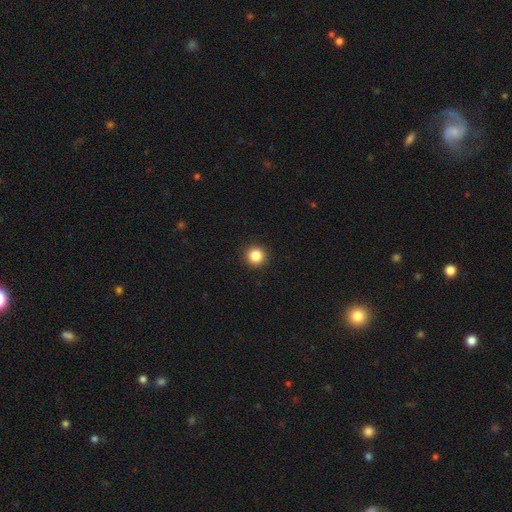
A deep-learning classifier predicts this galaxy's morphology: Smooth or featured? smooth (86%)
How rounded? round (95%)
Merging? none (93%)